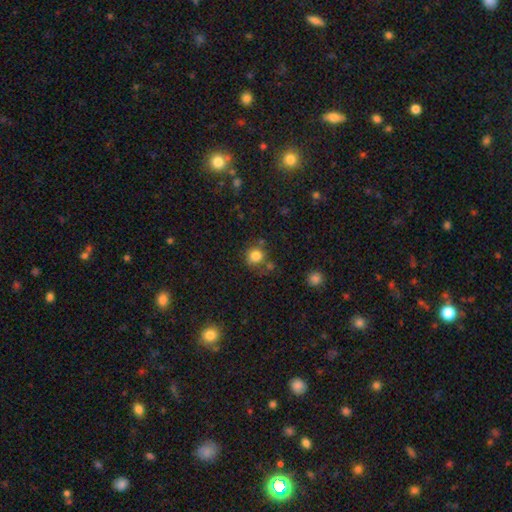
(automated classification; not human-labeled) smooth_or_featured: smooth (p=0.81) [alt: star or artifact p=0.12]
how_rounded: round (p=0.86) [alt: in between p=0.13]
merging: none (p=0.67) [alt: minor disturbance p=0.16]